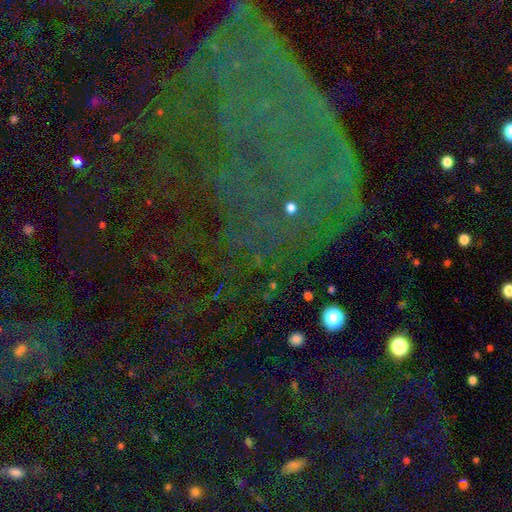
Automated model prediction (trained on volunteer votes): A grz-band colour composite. It shows a star or artifact, not a galaxy (67%).